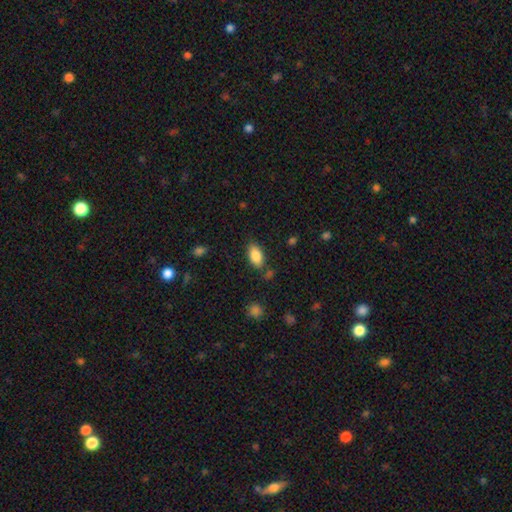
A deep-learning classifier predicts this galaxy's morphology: A smooth galaxy with no disk features (85%) that is in between round and cigar-shaped (92%).

Vote fractions:
- Smooth or featured? smooth: 85% / star or artifact: 7% / featured or disk: 7%
- How rounded? in between: 92% / round: 4% / cigar-shaped: 4%
- Merging? none: 78% / minor disturbance: 14% / merger: 5% / major disturbance: 4%